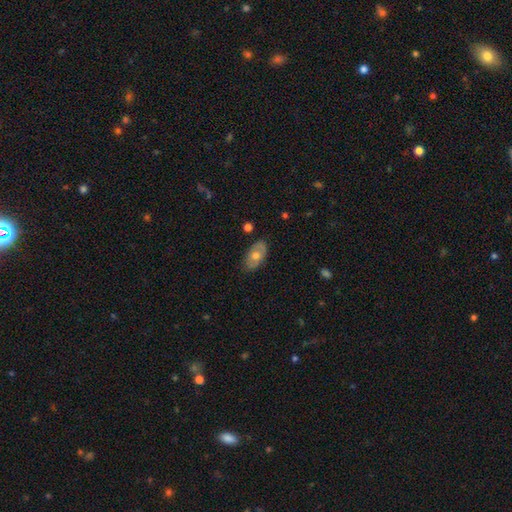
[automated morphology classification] Q: Smooth or featured?
A: smooth (55%); runner-up: featured or disk (39%)
Q: How rounded?
A: in between (91%); runner-up: round (7%)
Q: Merging?
A: none (81%); runner-up: minor disturbance (15%)